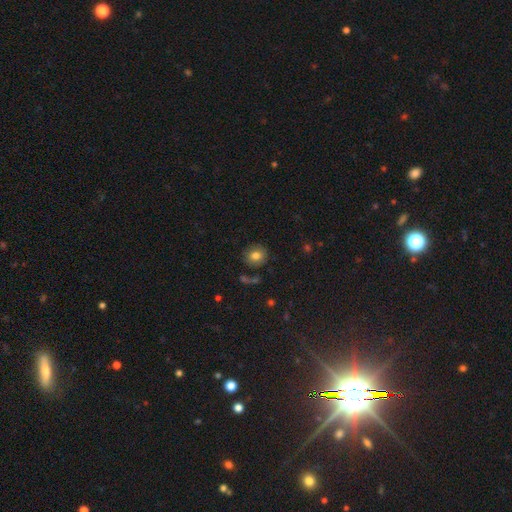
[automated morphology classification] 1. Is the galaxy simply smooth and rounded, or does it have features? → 79% smooth, 11% featured or disk, 10% star or artifact.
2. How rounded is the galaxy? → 81% round, 18% in between, 1% cigar-shaped.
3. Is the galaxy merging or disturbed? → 82% none, 11% minor disturbance, 4% merger, 3% major disturbance.